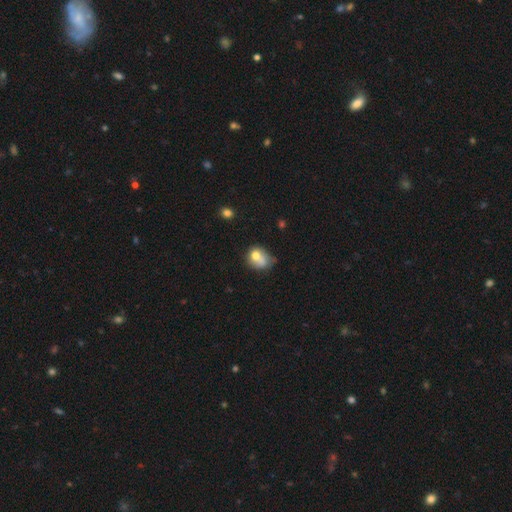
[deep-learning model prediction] smooth_or_featured: smooth (p=0.71) [alt: featured or disk p=0.19]
how_rounded: round (p=0.55) [alt: in between p=0.44]
merging: none (p=0.31) [alt: merger p=0.29]